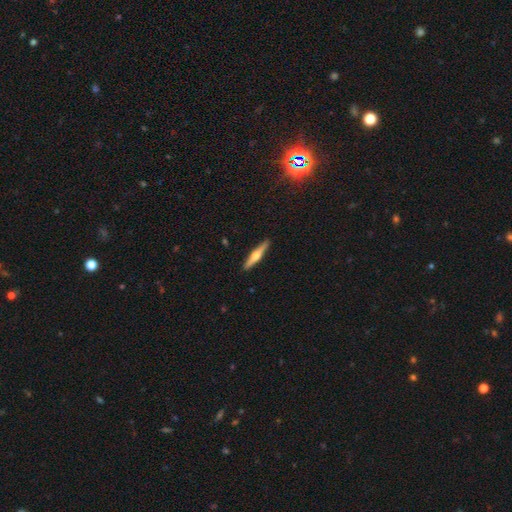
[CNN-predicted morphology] This is likely a featured or disk galaxy (62%). It is clearly viewed edge-on (97%). Edge-on bulge: clearly rounded (93%). Merging: clearly none (91%).